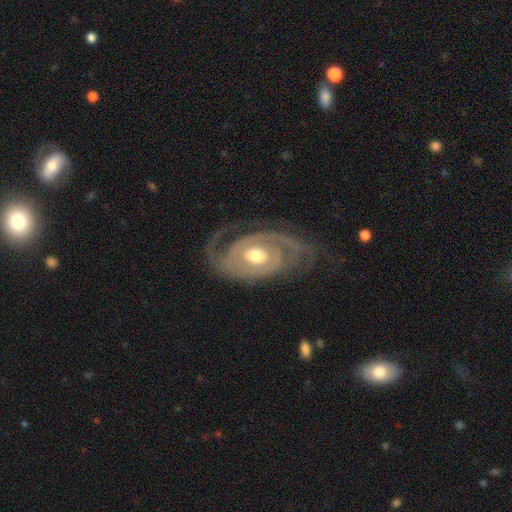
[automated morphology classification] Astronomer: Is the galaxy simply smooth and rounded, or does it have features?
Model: featured or disk — 89%.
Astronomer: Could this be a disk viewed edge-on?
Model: no — 96%.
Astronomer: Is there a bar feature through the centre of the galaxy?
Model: no — 72%.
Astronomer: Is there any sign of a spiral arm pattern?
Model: yes — 92%.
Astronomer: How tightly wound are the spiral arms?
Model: tight — 53% (runner-up: medium, 34%).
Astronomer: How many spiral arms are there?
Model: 2 — 77%.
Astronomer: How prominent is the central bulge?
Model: moderate — 74%.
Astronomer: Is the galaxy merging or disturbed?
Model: none — 73%.